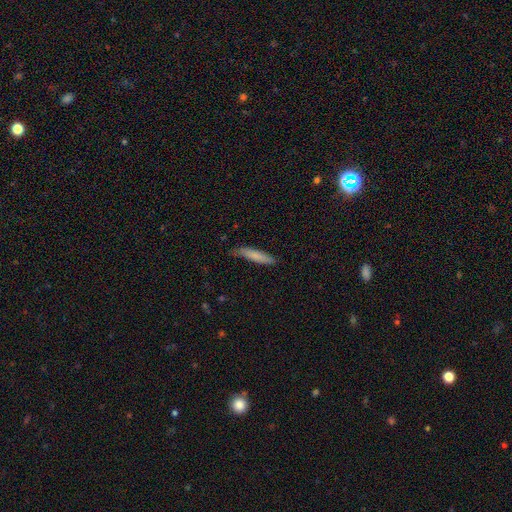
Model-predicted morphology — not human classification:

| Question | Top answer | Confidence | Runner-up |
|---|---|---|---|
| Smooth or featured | smooth | 79% | featured or disk (15%) |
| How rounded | cigar-shaped | 87% | in between (12%) |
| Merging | none | 73% | minor disturbance (22%) |